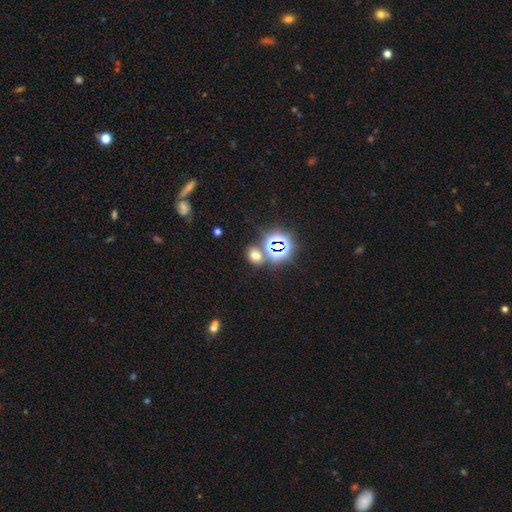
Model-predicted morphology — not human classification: A smooth galaxy with no disk features (56%) that is in between round and cigar-shaped (64%).

Vote fractions:
- Smooth or featured? smooth: 56% / star or artifact: 35% / featured or disk: 9%
- How rounded? in between: 64% / round: 35% / cigar-shaped: 2%
- Merging? none: 68% / merger: 16% / minor disturbance: 11% / major disturbance: 5%